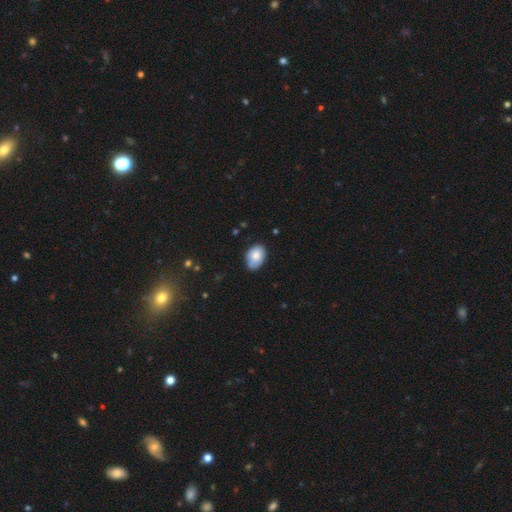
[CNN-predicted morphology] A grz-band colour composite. It shows a smooth galaxy with no disk features (81%) that is in between round and cigar-shaped (86%). Merging: none (69%).